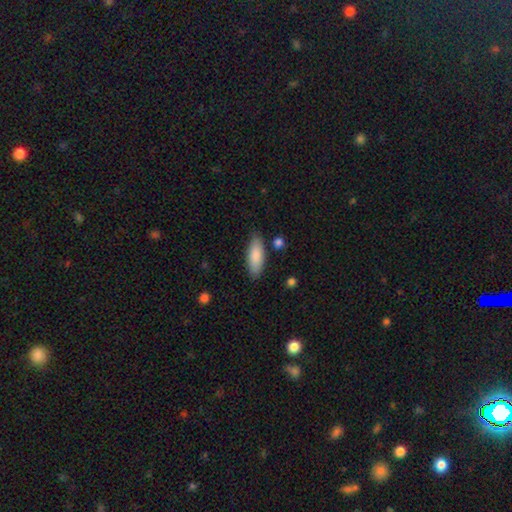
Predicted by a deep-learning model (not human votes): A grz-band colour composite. It shows a smooth galaxy with no disk features (86%) that is in between round and cigar-shaped (68%). Merging: none (84%).